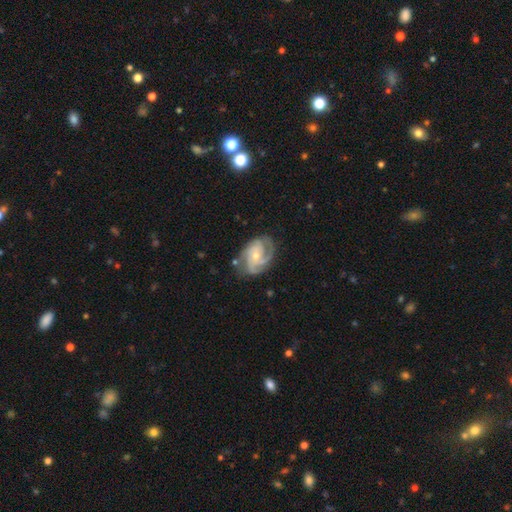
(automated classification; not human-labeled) Smooth or featured: featured or disk — 87% (smooth — 8%)
Edge-on disk: no — 98% (yes — 2%)
Bar: no — 68% (weak — 26%)
Spiral arms: yes — 97% (no — 3%)
Spiral winding: tight — 50% (medium — 41%)
Spiral arm count: 3 — 46% (2 — 24%)
Bulge size: small — 53% (moderate — 43%)
Merging: none — 68% (minor disturbance — 21%)